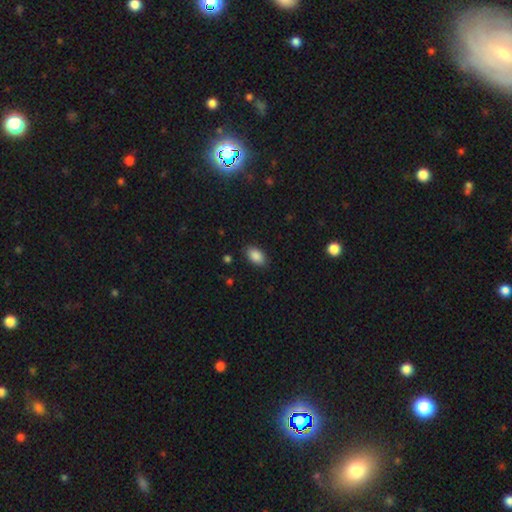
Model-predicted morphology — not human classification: Smooth or featured? smooth (88%)
How rounded? in between (92%)
Merging? none (86%)